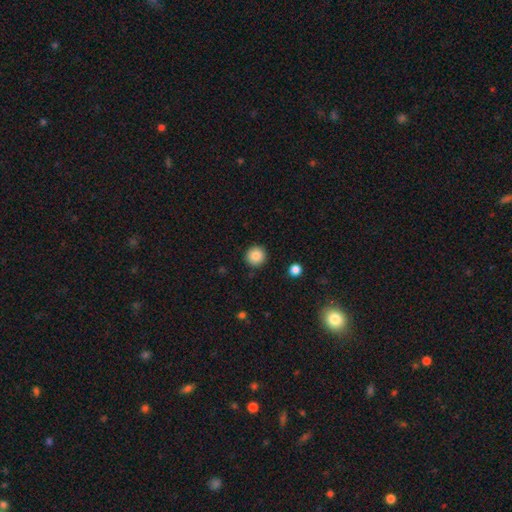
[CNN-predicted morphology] This appears to be a smooth galaxy with no disk features (86%) that is round (95%). Merging: none (91%).